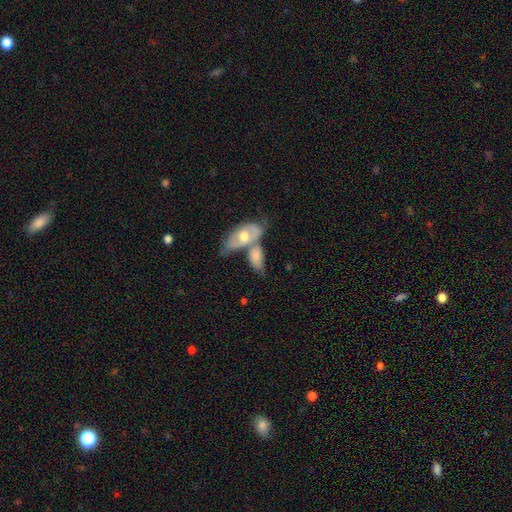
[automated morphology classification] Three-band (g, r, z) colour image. It shows a smooth galaxy with no disk features (62%) that is in between round and cigar-shaped (87%). Merging: merger (55%).